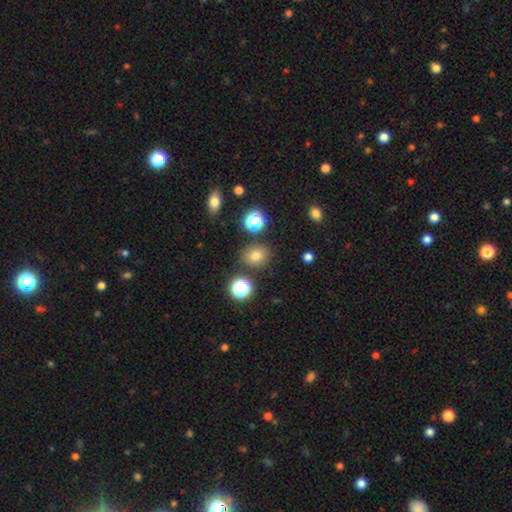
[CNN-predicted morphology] Smooth or featured? smooth (73%)
How rounded? round (64%)
Merging? none (82%)